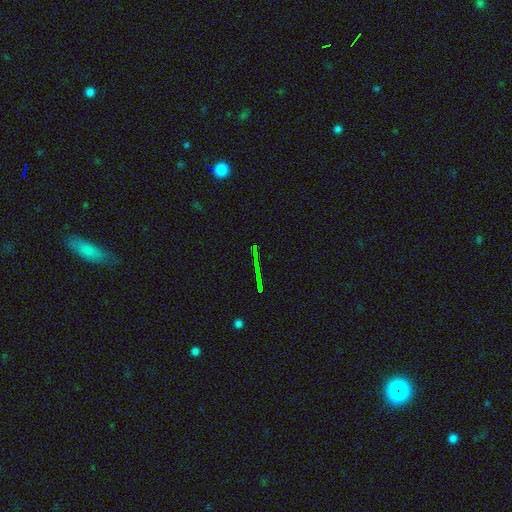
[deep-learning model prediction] A star or artifact, not a galaxy (69%).

Vote fractions:
- Smooth or featured? star or artifact: 69% / featured or disk: 17% / smooth: 14%